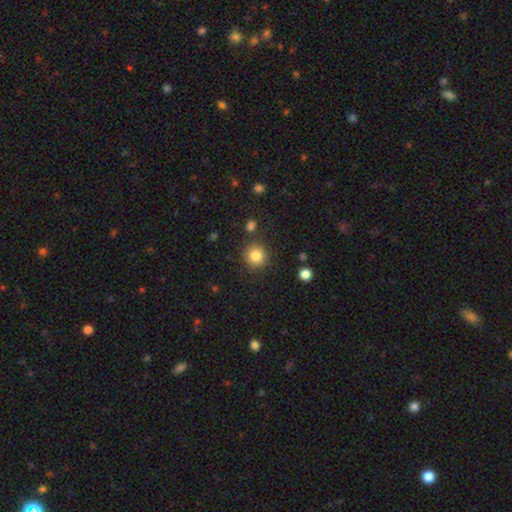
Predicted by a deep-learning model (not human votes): This is clearly a smooth galaxy (84%). How rounded: clearly round (92%). Merging: clearly none (86%).